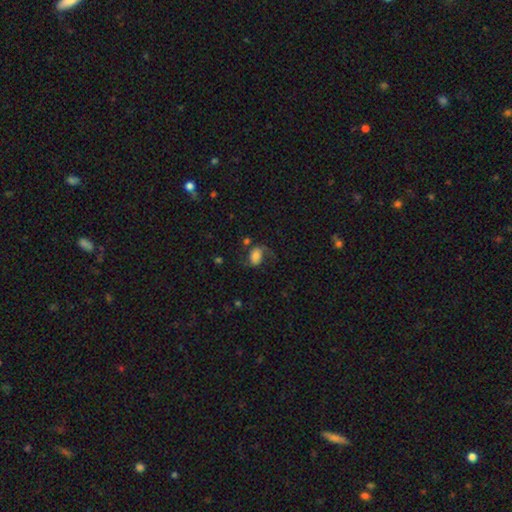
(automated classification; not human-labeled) Morphology: type=featured or disk (46%); merging=none (53%).